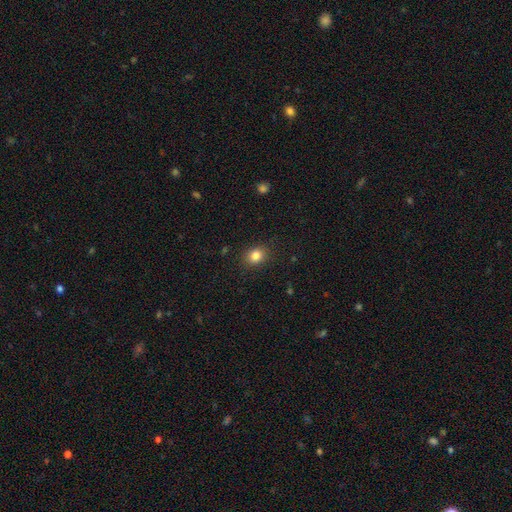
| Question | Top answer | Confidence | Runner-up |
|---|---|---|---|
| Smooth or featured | smooth | 92% | star or artifact (8%) |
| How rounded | in between | 57% | round (43%) |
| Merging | none | 84% | minor disturbance (11%) |